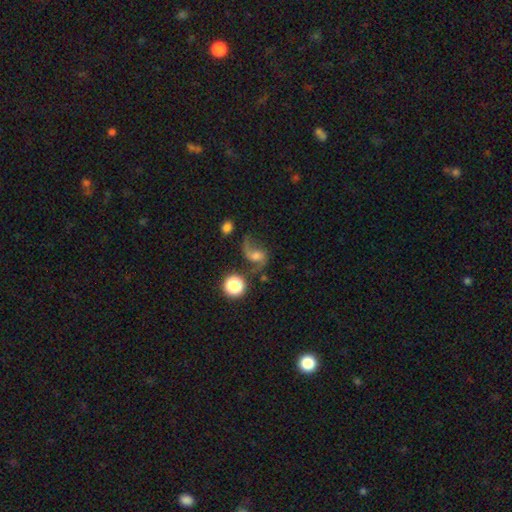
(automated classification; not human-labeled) Smooth or featured? Predicted: featured or disk (p=0.73). Edge-on disk? Predicted: no (p=0.97). Bar? Predicted: no (p=0.53). Spiral arms? Predicted: yes (p=0.94). Spiral winding? Predicted: loose (p=0.77). Spiral arm count? Predicted: 2 (p=0.86). Bulge size? Predicted: moderate (p=0.51). Merging? Predicted: none (p=0.56).